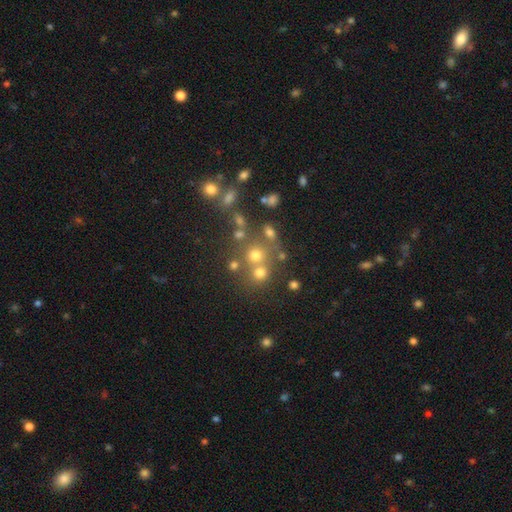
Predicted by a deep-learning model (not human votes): Smooth or featured? smooth (60%)
How rounded? round (86%)
Merging? none (56%)